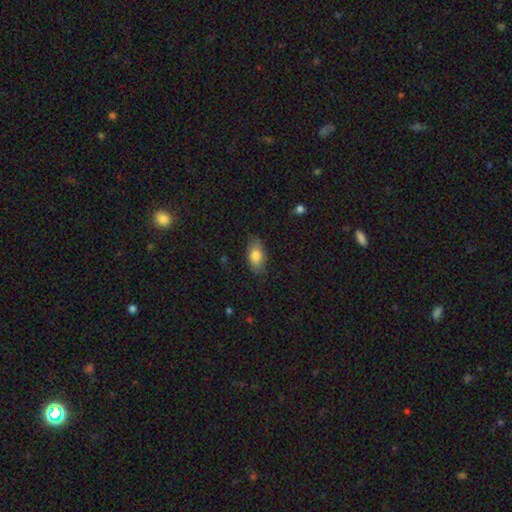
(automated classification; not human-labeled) smooth-or-featured: smooth: 78% | featured or disk: 15% | star or artifact: 7%
  how-rounded: in between: 90% | cigar-shaped: 5% | round: 5%
  merging: none: 80% | minor disturbance: 16% | major disturbance: 3% | merger: 1%